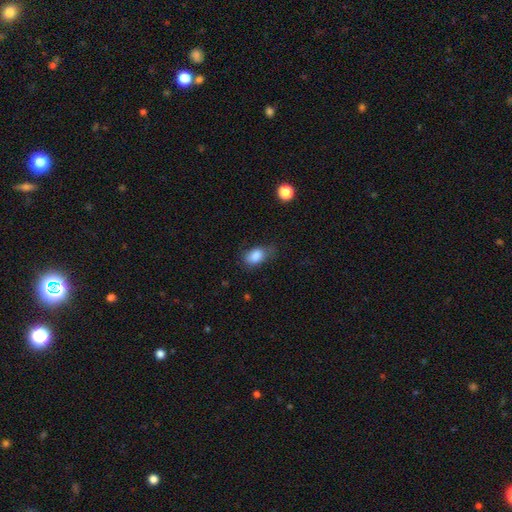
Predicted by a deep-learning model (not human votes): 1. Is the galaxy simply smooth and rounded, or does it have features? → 85% smooth, 8% star or artifact, 7% featured or disk.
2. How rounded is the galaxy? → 87% in between, 11% round, 2% cigar-shaped.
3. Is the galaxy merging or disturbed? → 58% none, 30% minor disturbance, 10% major disturbance, 2% merger.